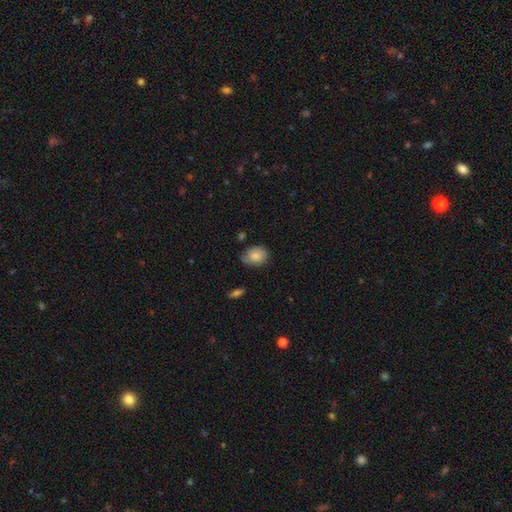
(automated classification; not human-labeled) Smooth or featured: smooth — 80% (featured or disk — 13%)
How rounded: in between — 55% (round — 44%)
Merging: none — 64% (minor disturbance — 28%)